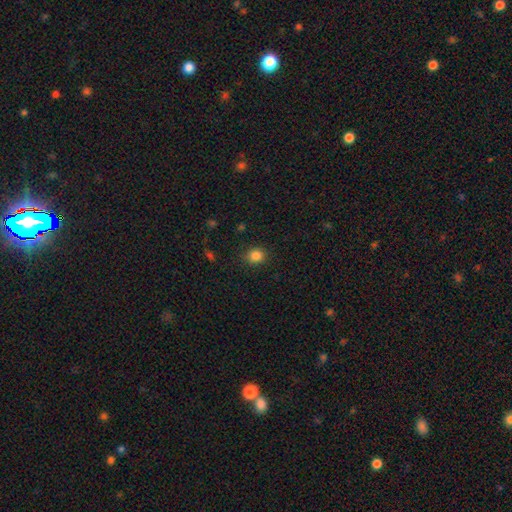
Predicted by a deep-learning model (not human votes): Smooth or featured: smooth — 85% (star or artifact — 11%)
How rounded: round — 71% (in between — 28%)
Merging: none — 87% (minor disturbance — 9%)